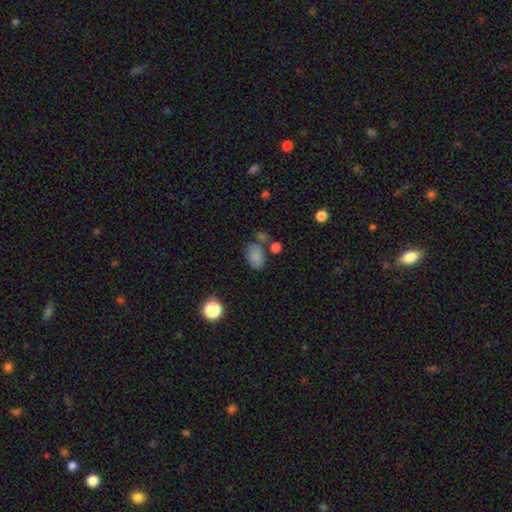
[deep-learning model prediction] smooth 81%, star or artifact 12%, featured or disk 7%. Down the decision tree: how rounded — in between (83%); merging — none (61%).